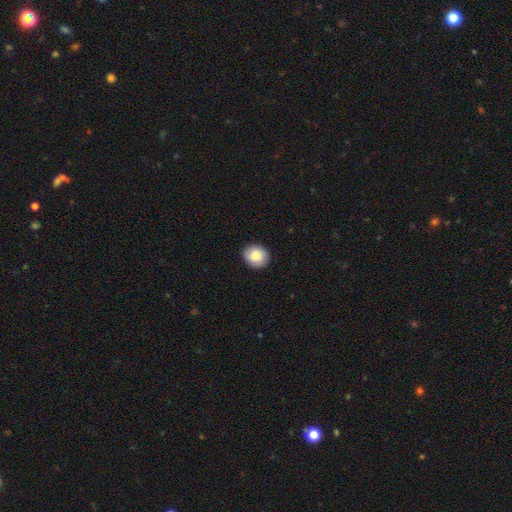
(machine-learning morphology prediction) smooth_or_featured: smooth (p=0.85) [alt: featured or disk p=0.08]
how_rounded: round (p=0.69) [alt: in between p=0.30]
merging: none (p=0.87) [alt: minor disturbance p=0.10]